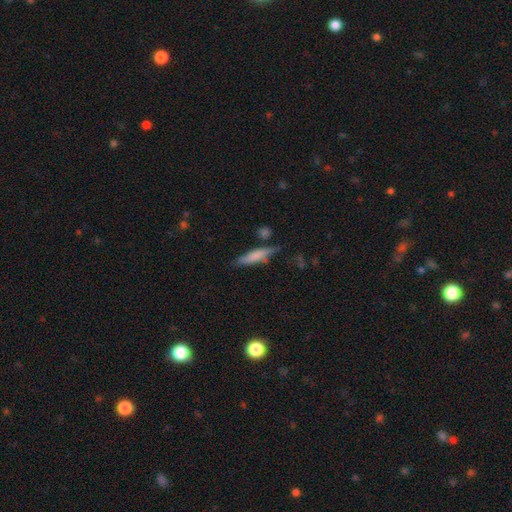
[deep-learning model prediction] The model was most divided on "merging": none: 67%, minor disturbance: 21%, merger: 7%, major disturbance: 5%. More confident: how rounded — cigar-shaped (79%); smooth or featured — smooth (70%).